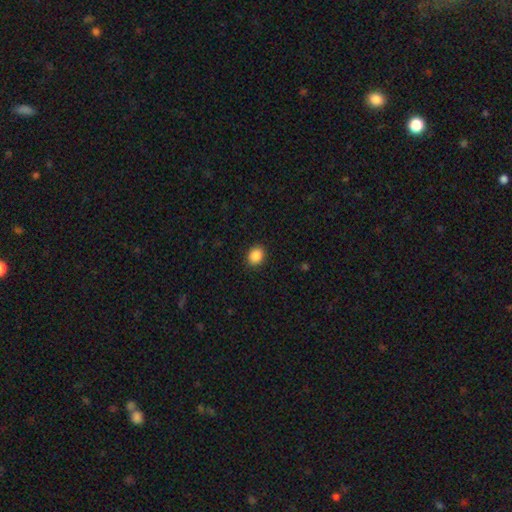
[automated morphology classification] Smooth or featured?
  - smooth: 88% *
  - star or artifact: 9%
  - featured or disk: 3%
How rounded?
  - round: 55% *
  - in between: 44%
  - cigar-shaped: 1%
Merging?
  - none: 90% *
  - minor disturbance: 7%
  - major disturbance: 2%
  - merger: 1%